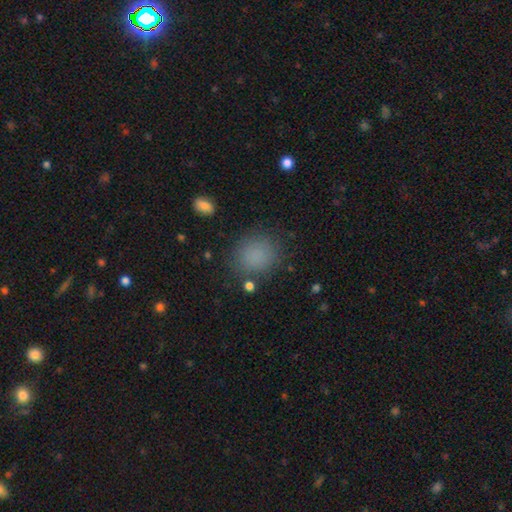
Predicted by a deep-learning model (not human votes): Smooth or featured? Predicted: smooth (p=0.82). How rounded? Predicted: round (p=0.78). Merging? Predicted: none (p=0.83).